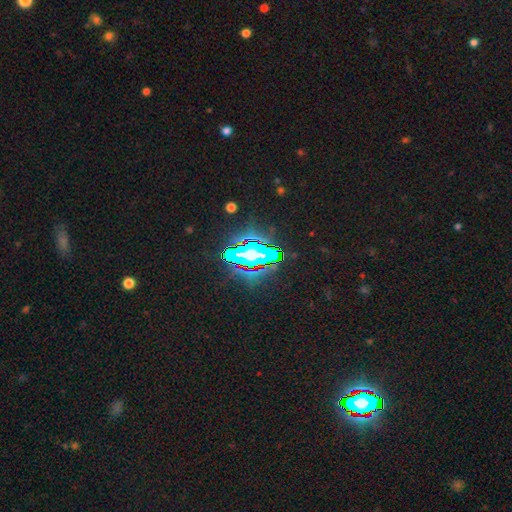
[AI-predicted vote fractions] Smooth or featured: star or artifact — 68% (smooth — 17%)